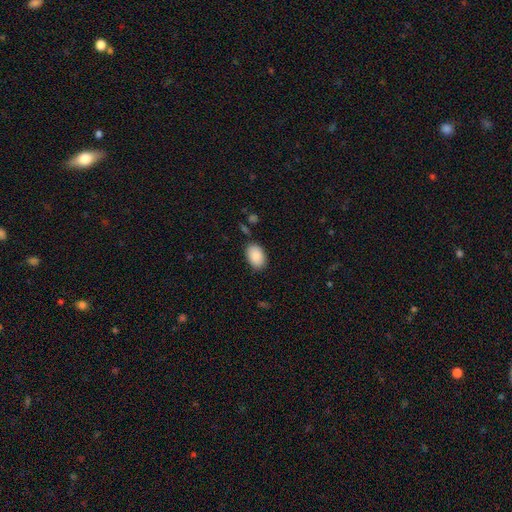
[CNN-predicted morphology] This appears to be a smooth galaxy with no disk features (89%) that is in between round and cigar-shaped (89%). Merging: none (84%).